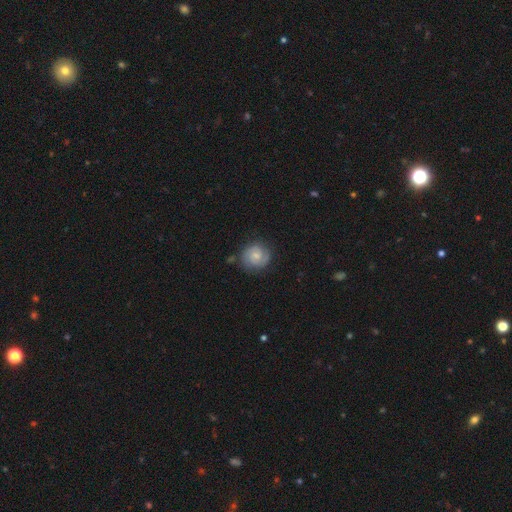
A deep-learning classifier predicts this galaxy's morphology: A featured or disk galaxy (57%) with no bar (65%), spiral arms (90%) and a small central bulge (48%). Merging: none (78%).